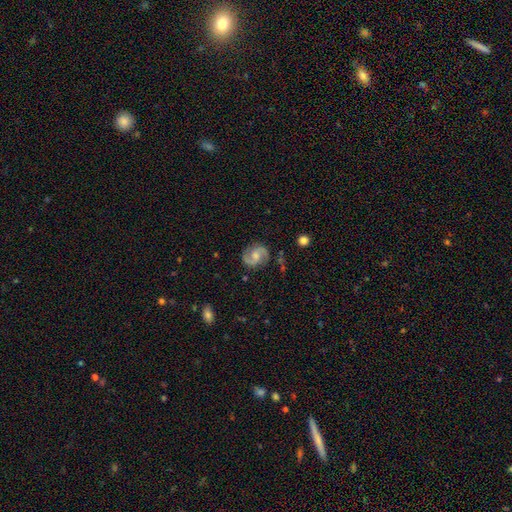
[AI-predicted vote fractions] Smooth or featured: featured or disk — 86% (smooth — 9%)
Edge-on disk: no — 98% (yes — 2%)
Bar: no — 48% (weak — 43%)
Spiral arms: yes — 97% (no — 3%)
Spiral winding: medium — 55% (loose — 26%)
Spiral arm count: 2 — 94% (can't tell — 2%)
Bulge size: moderate — 55% (small — 31%)
Merging: none — 83% (minor disturbance — 12%)